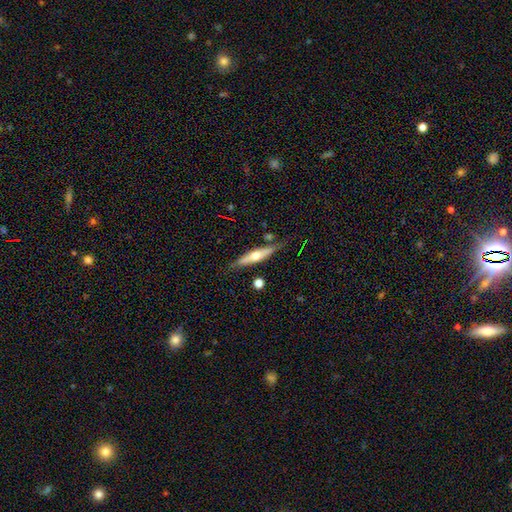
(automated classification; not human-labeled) Smooth or featured?
  - featured or disk: 57% *
  - smooth: 37%
  - star or artifact: 6%
Edge-on disk?
  - yes: 91% *
  - no: 9%
Edge-on bulge?
  - rounded: 89% *
  - none: 7%
  - boxy: 4%
Merging?
  - none: 77% *
  - minor disturbance: 15%
  - merger: 4%
  - major disturbance: 3%